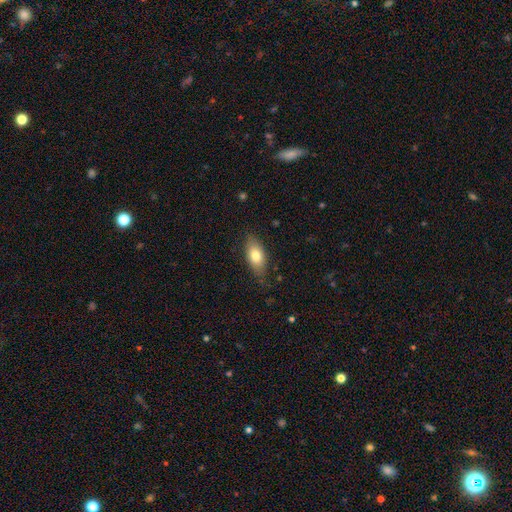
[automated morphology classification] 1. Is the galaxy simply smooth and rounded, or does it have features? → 76% smooth, 17% featured or disk, 7% star or artifact.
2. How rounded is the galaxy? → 87% in between, 8% cigar-shaped, 5% round.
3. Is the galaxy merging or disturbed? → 78% none, 17% minor disturbance, 3% major disturbance, 1% merger.